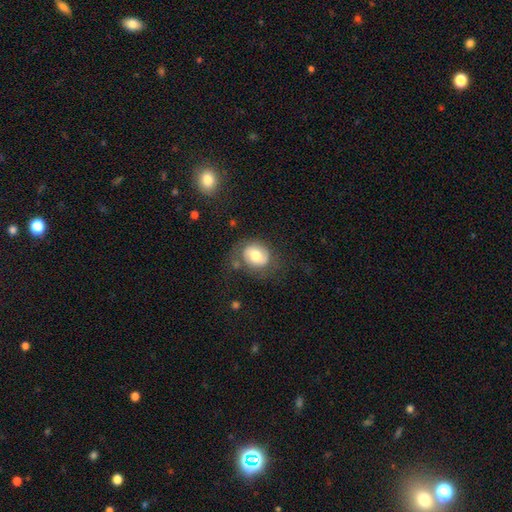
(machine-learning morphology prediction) type=smooth (63%); roundness=round (62%); merging=none (64%).